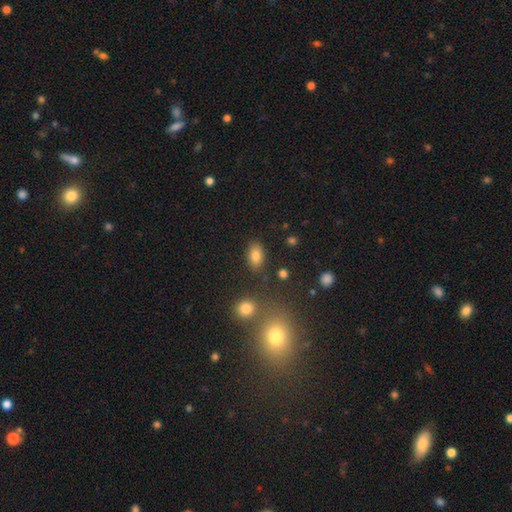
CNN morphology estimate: This is clearly a smooth galaxy (80%). How rounded: clearly in between (87%). Merging: clearly none (83%).